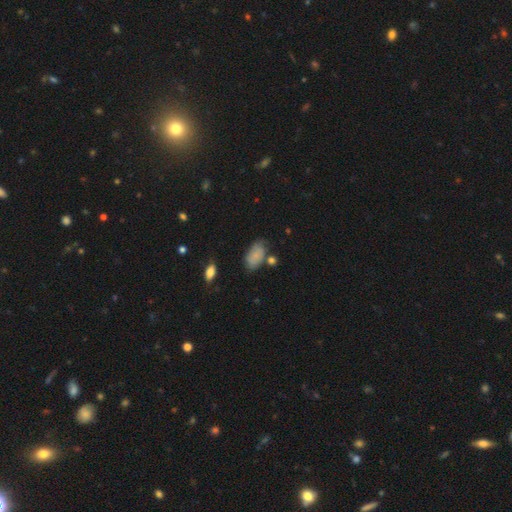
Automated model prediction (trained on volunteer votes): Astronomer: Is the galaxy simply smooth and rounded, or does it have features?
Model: smooth — 79%.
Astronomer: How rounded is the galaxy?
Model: in between — 92%.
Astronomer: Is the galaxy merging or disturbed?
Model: none — 60%.